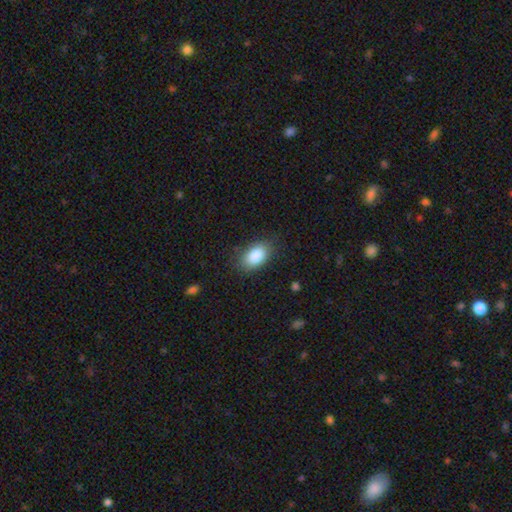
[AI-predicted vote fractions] Overall: smooth (86%). How rounded: in between (91%). Merging: none (82%).